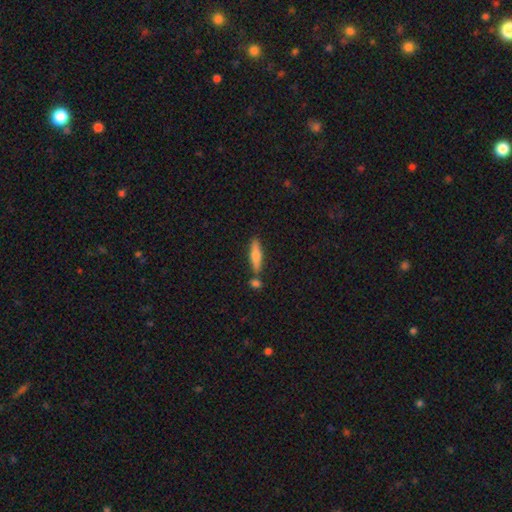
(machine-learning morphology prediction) Smooth or featured: smooth — 66% (featured or disk — 28%)
How rounded: cigar-shaped — 74% (in between — 24%)
Merging: none — 74% (merger — 13%)